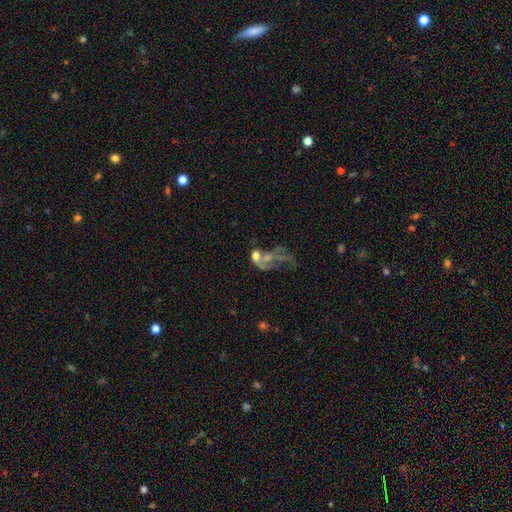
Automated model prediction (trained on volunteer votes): This is possibly a featured or disk galaxy (50%). It is clearly not viewed edge-on (96%). Merging: possibly merger (48%).